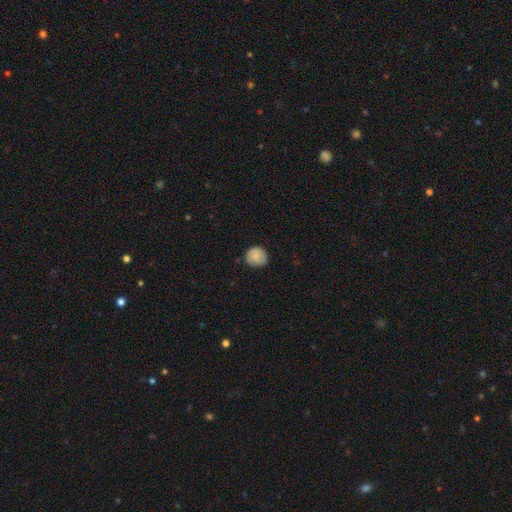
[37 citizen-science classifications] Smooth or featured: smooth — 92% (featured or disk — 5%)
How rounded: round — 91% (in between — 9%)
Merging: none — 89% (minor disturbance — 11%)